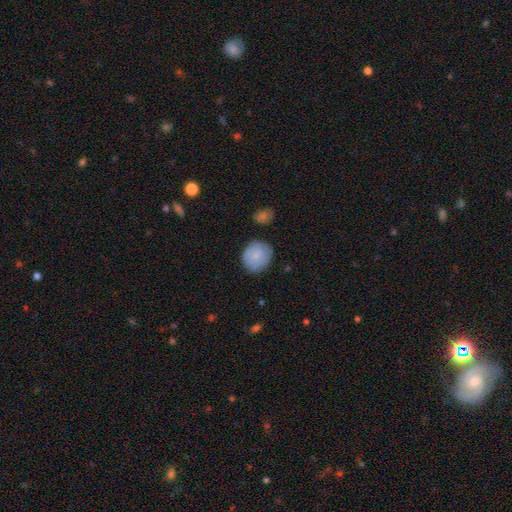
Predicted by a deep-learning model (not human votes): Morphology: type=smooth (81%); roundness=round (79%); merging=none (78%).